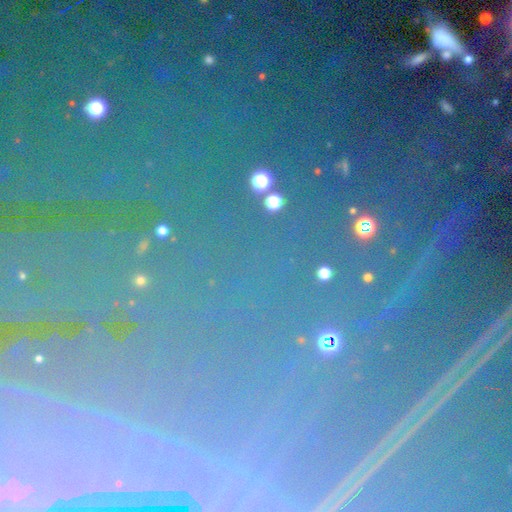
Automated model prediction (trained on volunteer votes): Q: Smooth or featured?
A: star or artifact (72%); runner-up: smooth (18%)